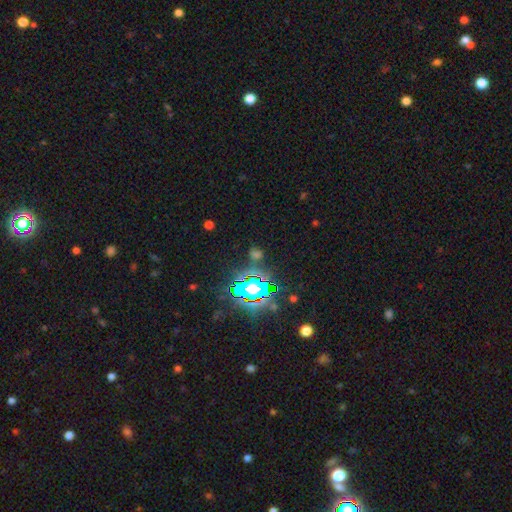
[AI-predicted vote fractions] The model was most divided on "smooth or featured": star or artifact: 69%, smooth: 21%, featured or disk: 10%.